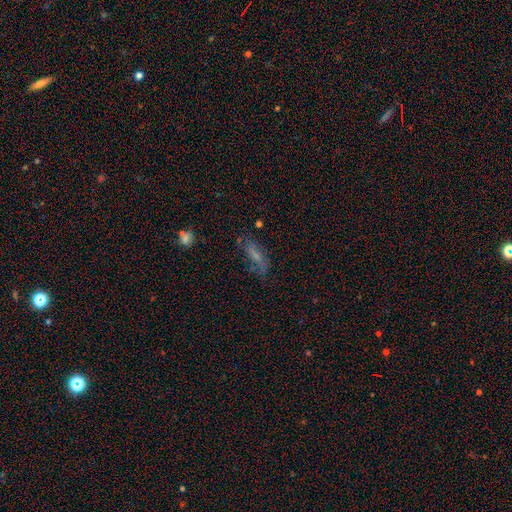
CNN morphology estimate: This appears to be a smooth galaxy with no disk features (48%). Merging: none (63%).